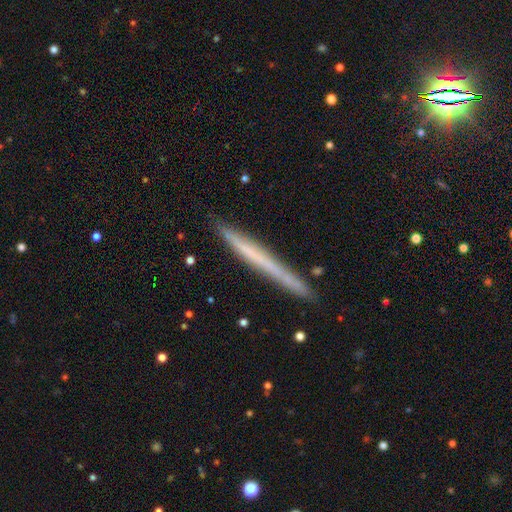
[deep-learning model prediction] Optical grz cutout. It shows a featured or disk galaxy (47%). Merging: none (87%).